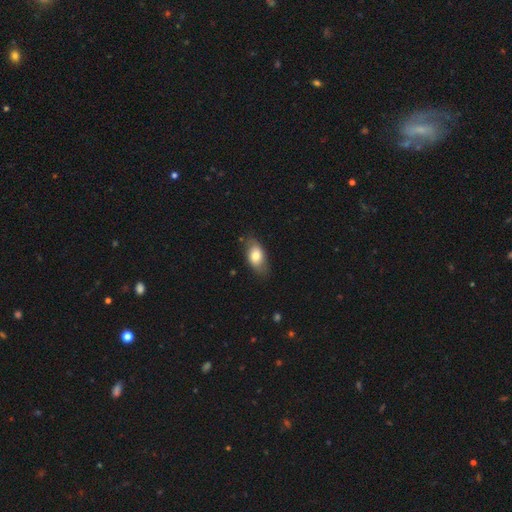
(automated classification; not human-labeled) Smooth or featured? Predicted: smooth (p=0.75). How rounded? Predicted: in between (p=0.90). Merging? Predicted: none (p=0.75).